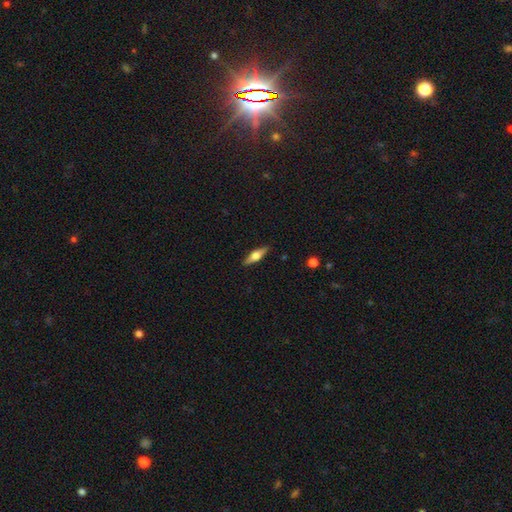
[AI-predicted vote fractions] This is possibly a featured or disk galaxy (58%). It is clearly viewed edge-on (95%). Edge-on bulge: clearly rounded (91%). Merging: clearly none (89%).